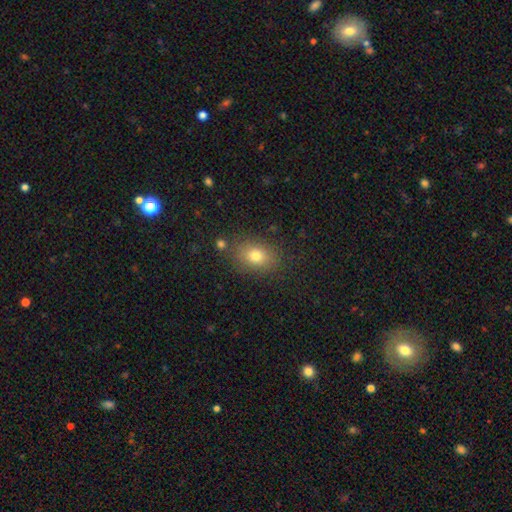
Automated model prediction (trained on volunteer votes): smooth-or-featured: smooth: 77% | star or artifact: 12% | featured or disk: 11%
  how-rounded: in between: 69% | round: 30% | cigar-shaped: 1%
  merging: none: 81% | minor disturbance: 12% | major disturbance: 4% | merger: 3%